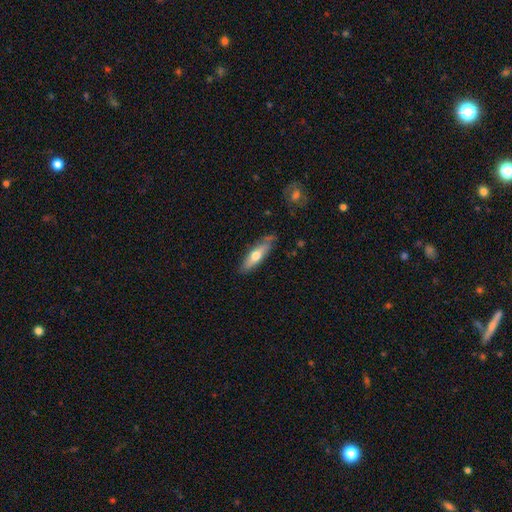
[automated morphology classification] Smooth or featured?
  - smooth: 54% *
  - featured or disk: 40%
  - star or artifact: 6%
How rounded?
  - cigar-shaped: 67% *
  - in between: 31%
  - round: 2%
Merging?
  - none: 78% *
  - minor disturbance: 17%
  - major disturbance: 3%
  - merger: 2%